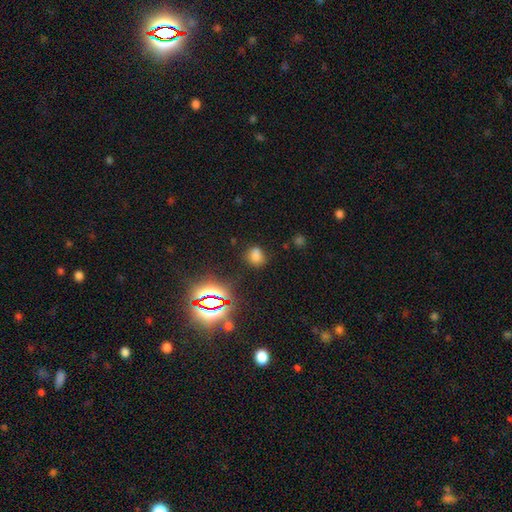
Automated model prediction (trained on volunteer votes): The model was most divided on "how rounded": round: 54%, in between: 45%, cigar-shaped: 2%. More confident: merging — none (74%); smooth or featured — smooth (68%).